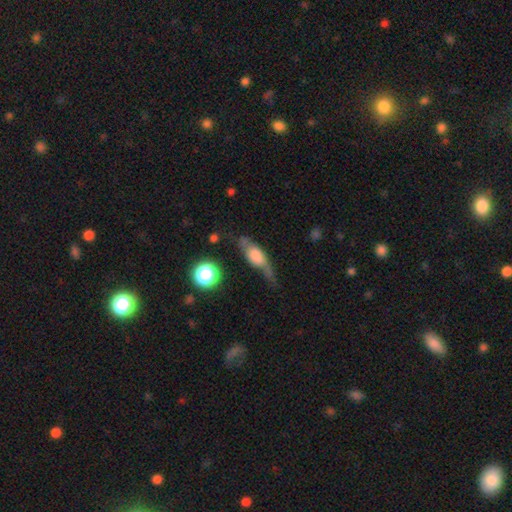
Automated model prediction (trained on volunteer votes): Smooth or featured?
  - featured or disk: 49% *
  - smooth: 42%
  - star or artifact: 9%
Merging?
  - none: 51% *
  - minor disturbance: 29%
  - major disturbance: 17%
  - merger: 4%